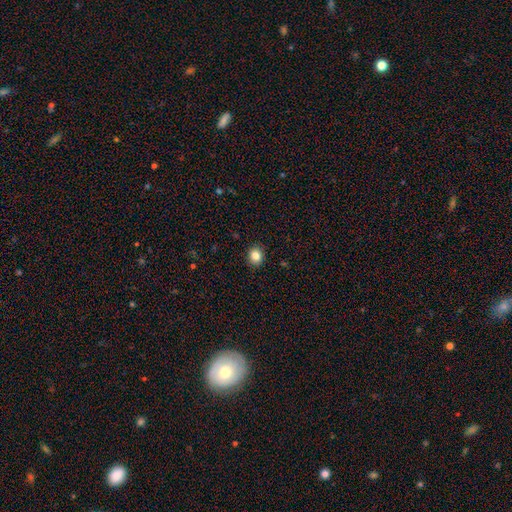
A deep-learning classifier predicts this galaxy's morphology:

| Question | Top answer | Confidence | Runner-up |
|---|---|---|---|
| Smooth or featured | smooth | 84% | star or artifact (11%) |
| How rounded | round | 70% | in between (29%) |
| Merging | none | 90% | minor disturbance (7%) |